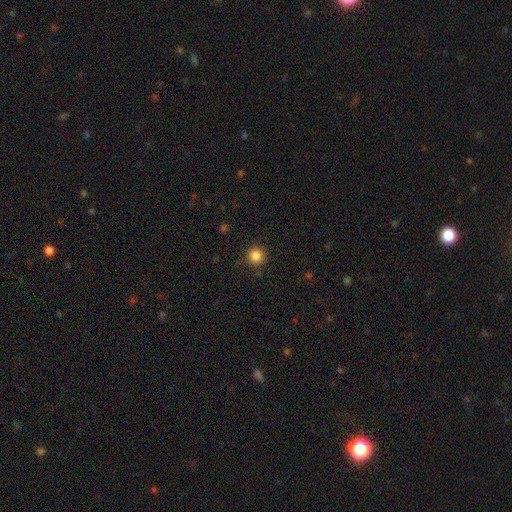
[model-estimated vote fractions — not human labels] Smooth or featured? Predicted: smooth (p=0.85). How rounded? Predicted: round (p=0.94). Merging? Predicted: none (p=0.90).